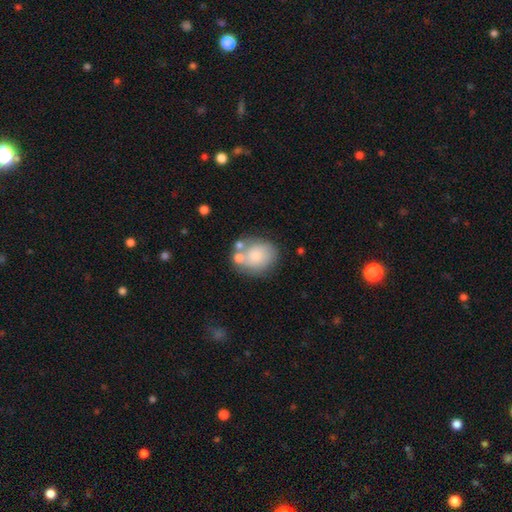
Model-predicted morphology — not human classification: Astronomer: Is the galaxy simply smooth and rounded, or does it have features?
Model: smooth — 67%.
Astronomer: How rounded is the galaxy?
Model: round — 63%.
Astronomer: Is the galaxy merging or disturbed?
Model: none — 53%.